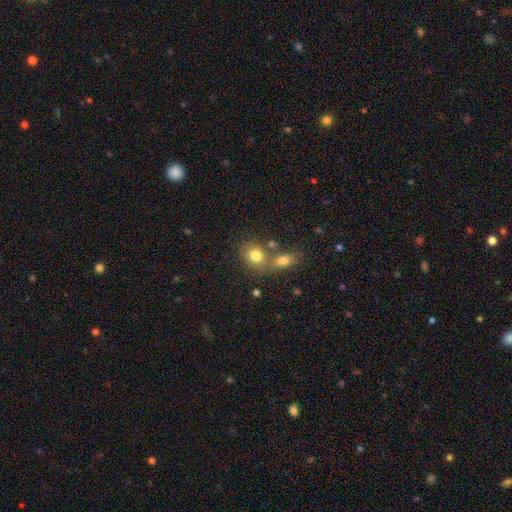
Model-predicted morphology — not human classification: A smooth galaxy with no disk features (79%) that is round (54%). Merging: none (45%).